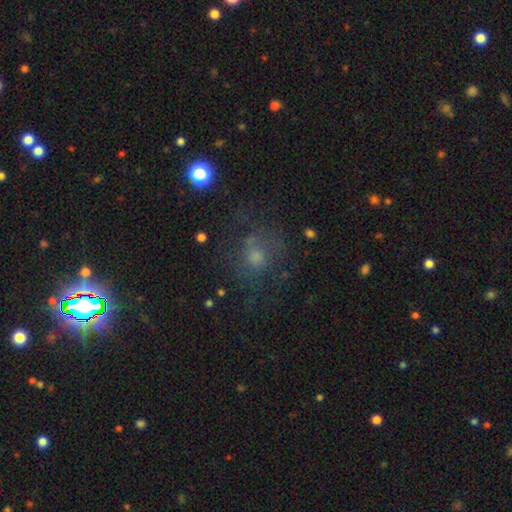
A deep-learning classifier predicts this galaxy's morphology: Smooth or featured: smooth — 50% (featured or disk — 29%)
How rounded: round — 77% (in between — 22%)
Merging: none — 59% (minor disturbance — 19%)